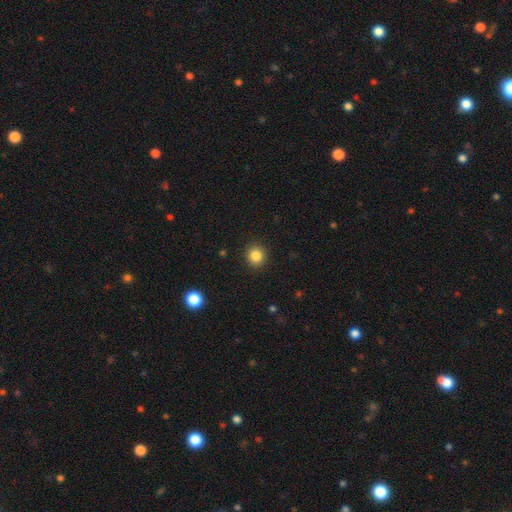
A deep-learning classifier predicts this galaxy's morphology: Overall: smooth (85%). How rounded: round (89%). Merging: none (91%).